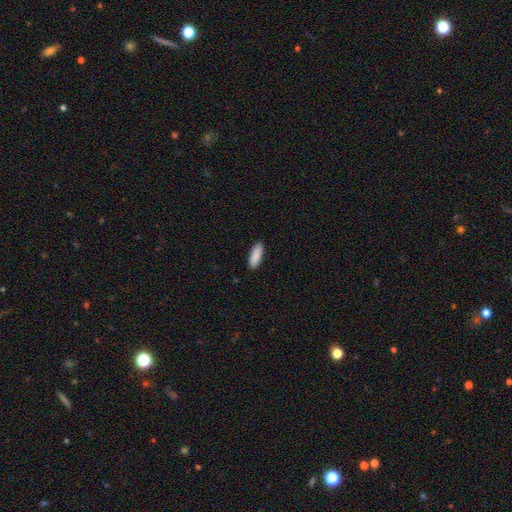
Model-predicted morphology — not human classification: This is clearly a smooth galaxy (90%). How rounded: likely in between (63%). Merging: clearly none (89%).